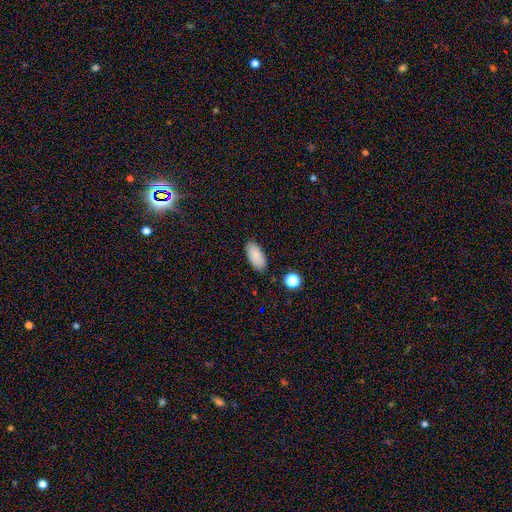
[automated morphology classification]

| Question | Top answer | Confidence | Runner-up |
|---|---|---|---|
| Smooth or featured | smooth | 87% | star or artifact (8%) |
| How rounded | in between | 92% | cigar-shaped (6%) |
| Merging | none | 85% | minor disturbance (10%) |